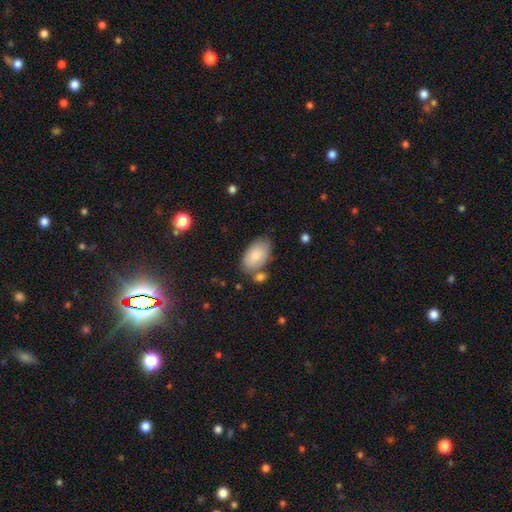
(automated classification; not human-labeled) Smooth or featured?
  - smooth: 82% *
  - featured or disk: 12%
  - star or artifact: 6%
How rounded?
  - in between: 94% *
  - round: 5%
  - cigar-shaped: 1%
Merging?
  - none: 69% *
  - minor disturbance: 16%
  - merger: 11%
  - major disturbance: 4%